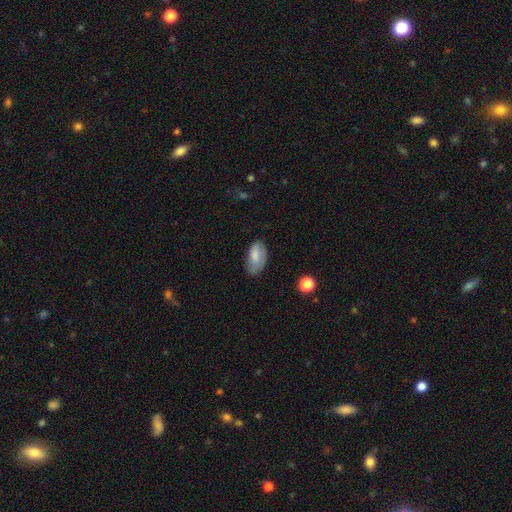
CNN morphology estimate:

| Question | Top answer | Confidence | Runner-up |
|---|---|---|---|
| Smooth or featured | smooth | 75% | featured or disk (17%) |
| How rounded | in between | 93% | round (4%) |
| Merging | none | 60% | minor disturbance (30%) |